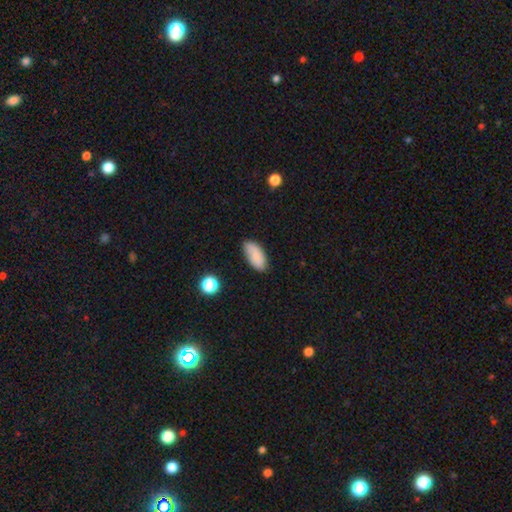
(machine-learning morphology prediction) This is clearly a smooth galaxy (81%). How rounded: clearly in between (91%). Merging: likely none (77%).